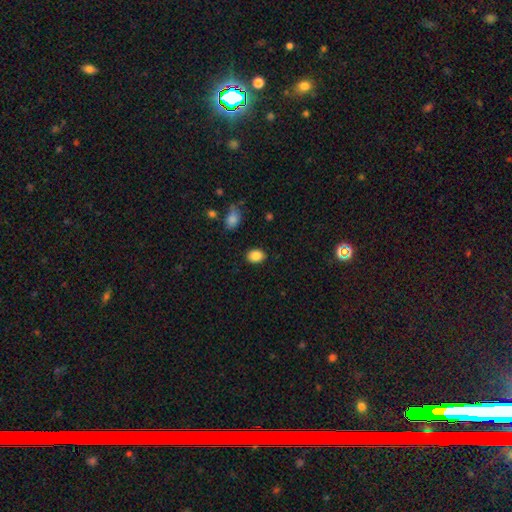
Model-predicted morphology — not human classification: This is clearly a smooth galaxy (86%). How rounded: likely in between (67%). Merging: clearly none (87%).